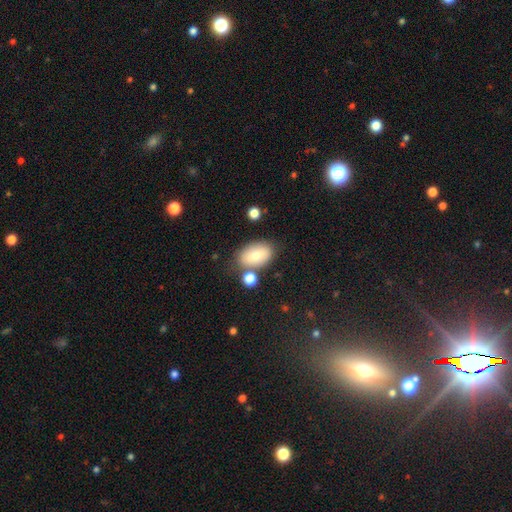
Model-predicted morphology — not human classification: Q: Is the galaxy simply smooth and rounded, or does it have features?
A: smooth — 74%.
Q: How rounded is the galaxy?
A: in between — 90%.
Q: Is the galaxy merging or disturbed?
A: none — 69%.